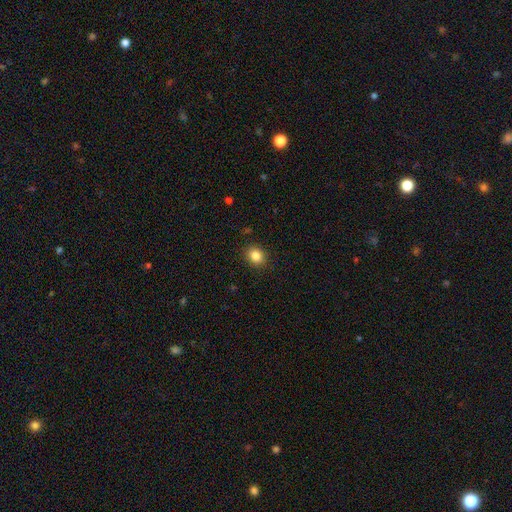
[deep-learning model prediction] Overall: smooth (85%). How rounded: round (65%; in between 34%). Merging: none (89%).